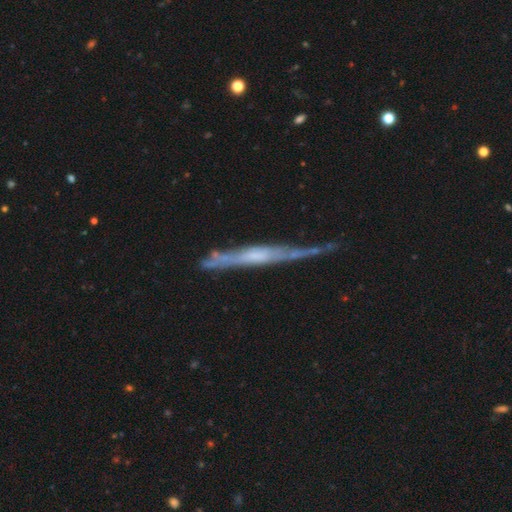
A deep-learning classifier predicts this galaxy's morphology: smooth_or_featured: featured or disk (p=0.70) [alt: smooth p=0.23]
disk_edge_on: yes (p=0.90) [alt: no p=0.10]
edge_on_bulge: none (p=0.52) [alt: rounded p=0.28]
merging: none (p=0.52) [alt: minor disturbance p=0.31]